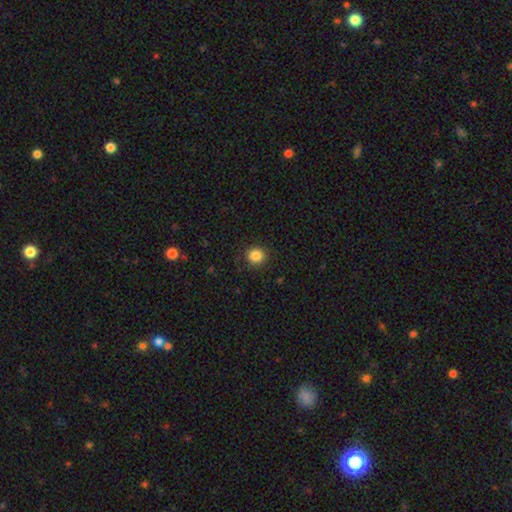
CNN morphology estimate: Q: Smooth or featured?
A: smooth (86%); runner-up: star or artifact (10%)
Q: How rounded?
A: round (90%); runner-up: in between (10%)
Q: Merging?
A: none (89%); runner-up: minor disturbance (8%)